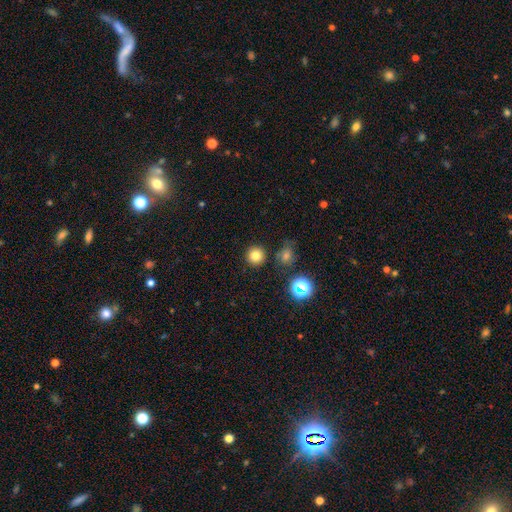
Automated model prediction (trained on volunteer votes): smooth_or_featured: smooth (p=0.78) [alt: star or artifact p=0.16]
how_rounded: round (p=0.95) [alt: in between p=0.04]
merging: none (p=0.87) [alt: minor disturbance p=0.06]